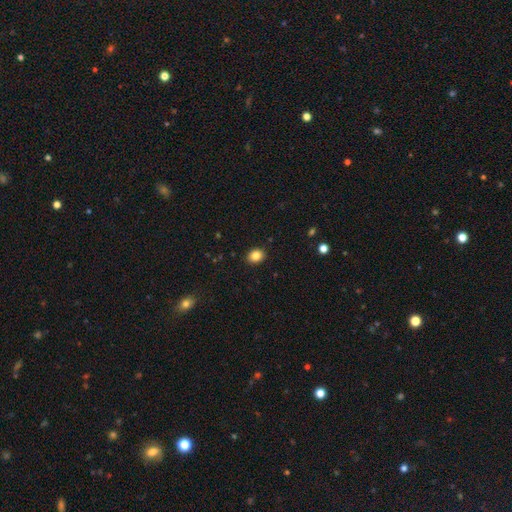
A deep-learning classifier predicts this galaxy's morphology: A smooth galaxy with no disk features (84%) that is round (55%). Merging: none (90%).